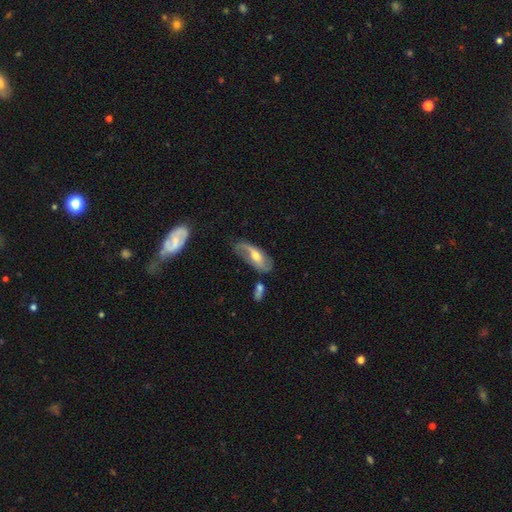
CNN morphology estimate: featured or disk 65%, smooth 29%, star or artifact 7%. Down the decision tree: edge-on disk — no (85%); bar — no (41%, tied with weak); spiral arms — yes (83%); bulge size — moderate (64%); merging — none (49%).